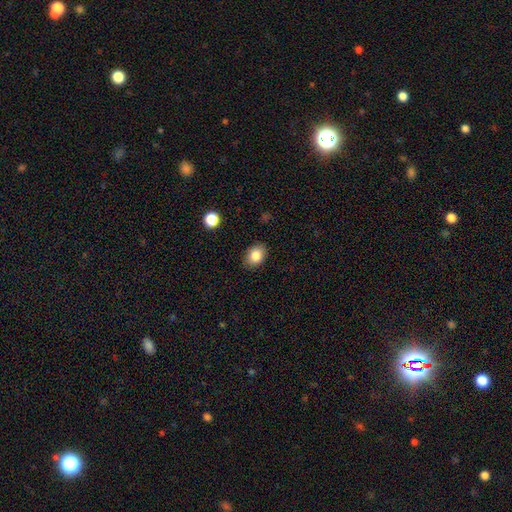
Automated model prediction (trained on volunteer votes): This appears to be a smooth galaxy with no disk features (84%) that is in between round and cigar-shaped (66%). Merging: none (86%).